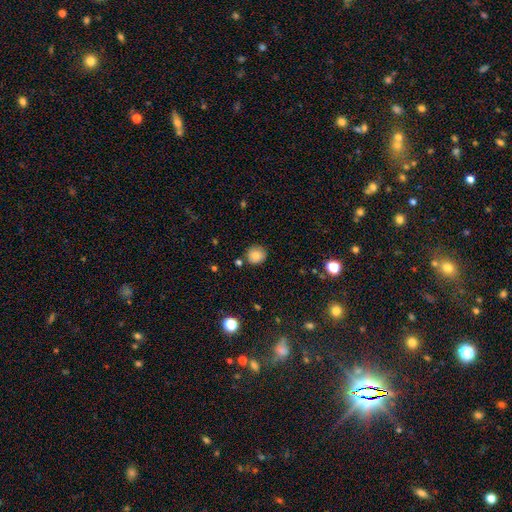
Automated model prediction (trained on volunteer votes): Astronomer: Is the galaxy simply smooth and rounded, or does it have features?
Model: smooth — 83%.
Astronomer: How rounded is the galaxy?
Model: round — 92%.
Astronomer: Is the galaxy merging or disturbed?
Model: none — 84%.